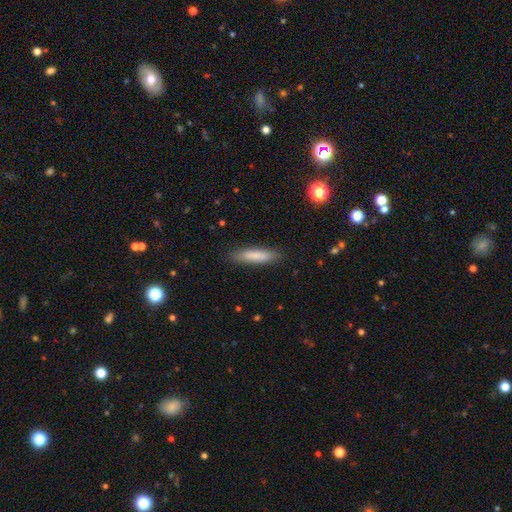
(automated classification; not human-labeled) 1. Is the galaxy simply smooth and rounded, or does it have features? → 80% smooth, 13% featured or disk, 6% star or artifact.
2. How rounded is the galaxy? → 81% cigar-shaped, 18% in between, 1% round.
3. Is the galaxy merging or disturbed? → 88% none, 9% minor disturbance, 2% major disturbance, 1% merger.